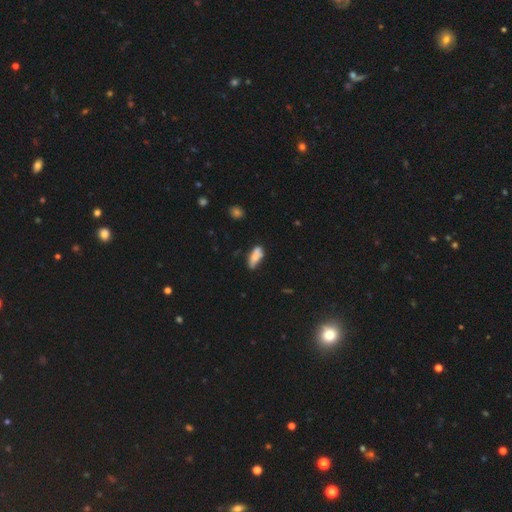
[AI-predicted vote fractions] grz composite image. It shows a smooth galaxy with no disk features (71%) that is in between round and cigar-shaped (71%). Merging: none (53%).